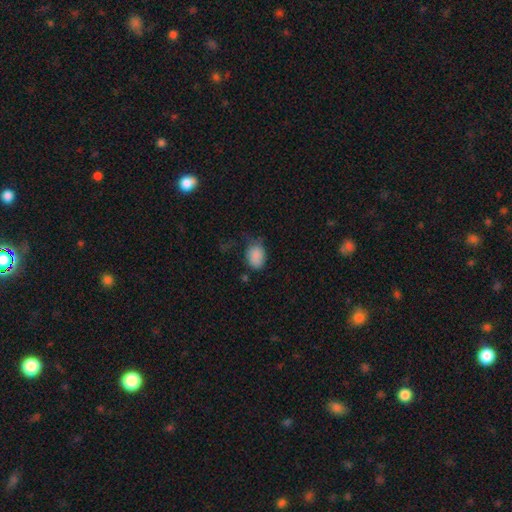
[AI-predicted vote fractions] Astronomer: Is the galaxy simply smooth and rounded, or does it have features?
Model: smooth — 85%.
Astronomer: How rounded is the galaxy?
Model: in between — 73%.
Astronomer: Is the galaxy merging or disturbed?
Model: none — 45% (runner-up: minor disturbance, 35%).